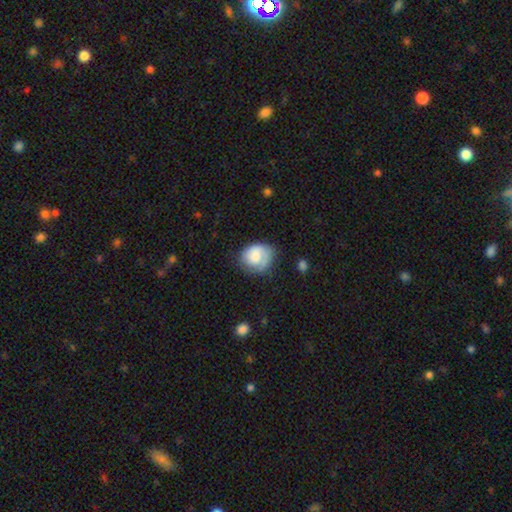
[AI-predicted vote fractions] smooth-or-featured: smooth: 66% | featured or disk: 27% | star or artifact: 7%
  how-rounded: round: 61% | in between: 38% | cigar-shaped: 1%
  merging: none: 58% | minor disturbance: 28% | major disturbance: 13% | merger: 2%